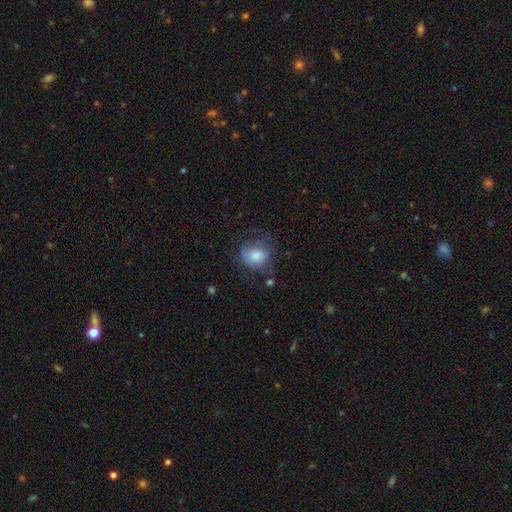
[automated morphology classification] smooth-or-featured: smooth: 76% | featured or disk: 15% | star or artifact: 8%
  how-rounded: round: 59% | in between: 41% | cigar-shaped: 1%
  merging: none: 51% | minor disturbance: 27% | major disturbance: 20% | merger: 2%